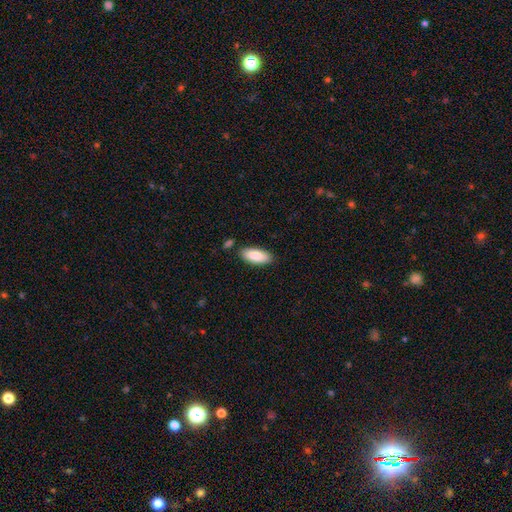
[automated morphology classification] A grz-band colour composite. It shows a smooth galaxy with no disk features (87%) that is in between round and cigar-shaped (85%). Merging: none (84%).